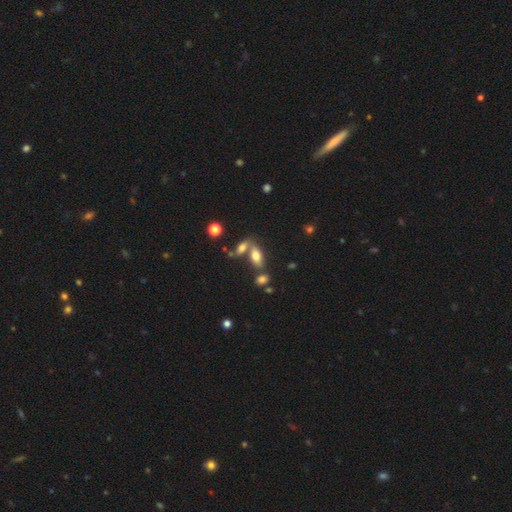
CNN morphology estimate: This appears to be a smooth galaxy with no disk features (71%) that is in between round and cigar-shaped (82%). Merging: none (52%).